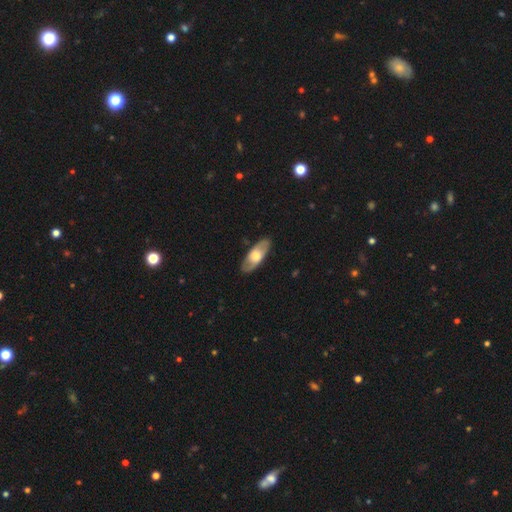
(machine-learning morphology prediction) The model was most divided on "smooth or featured": smooth: 50%, featured or disk: 45%, star or artifact: 5%. More confident: merging — none (87%).